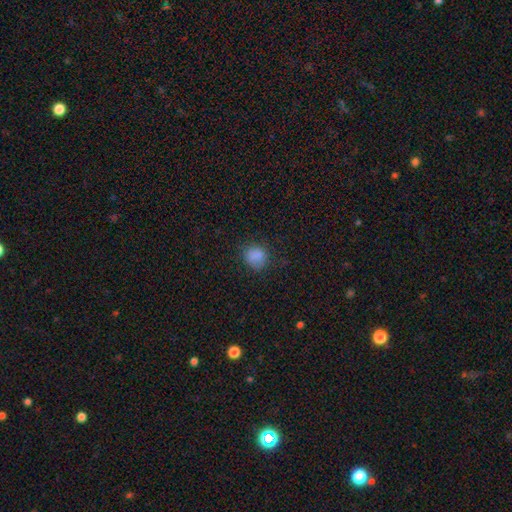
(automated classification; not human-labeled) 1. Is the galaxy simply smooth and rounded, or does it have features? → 82% smooth, 13% star or artifact, 5% featured or disk.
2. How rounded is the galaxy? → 75% round, 24% in between, 1% cigar-shaped.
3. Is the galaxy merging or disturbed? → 75% none, 18% minor disturbance, 6% major disturbance, 1% merger.